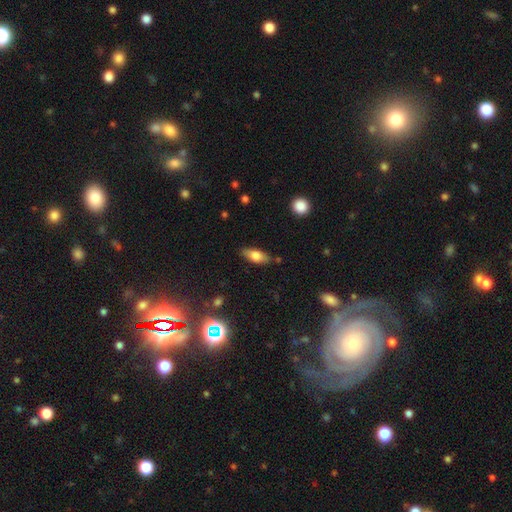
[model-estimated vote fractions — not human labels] Overall: smooth (70%). How rounded: in between (76%). Merging: none (80%).